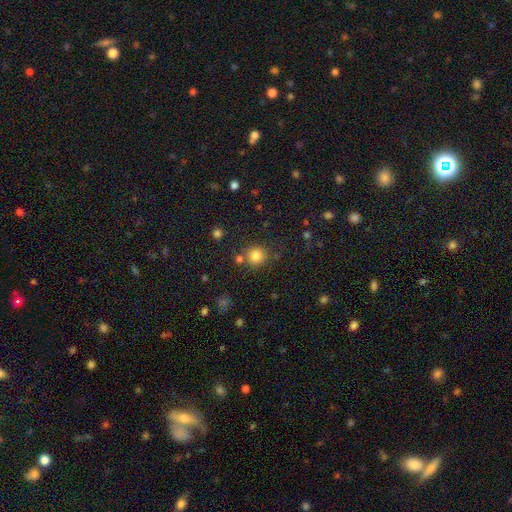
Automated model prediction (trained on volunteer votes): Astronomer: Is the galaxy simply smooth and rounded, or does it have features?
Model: smooth — 82%.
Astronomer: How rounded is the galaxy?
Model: round — 92%.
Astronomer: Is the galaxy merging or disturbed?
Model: none — 79%.